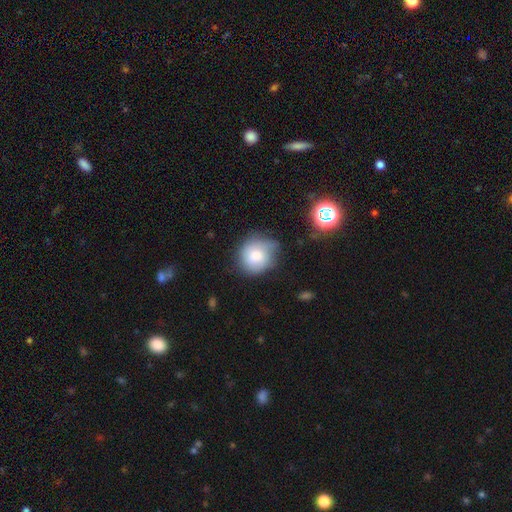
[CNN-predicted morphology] The model was most divided on "merging": none: 50%, minor disturbance: 35%, major disturbance: 11%, merger: 4%. More confident: how rounded — round (80%); smooth or featured — smooth (77%).